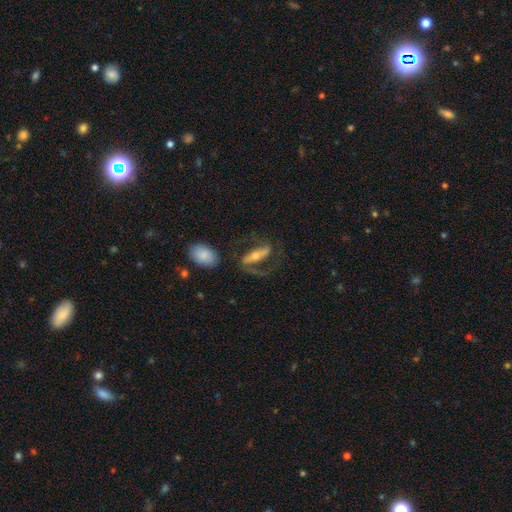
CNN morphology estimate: This appears to be a featured or disk galaxy (75%) with a strong bar (64%), 2 (84%) loose (42%) spiral arms (84%) and a moderate central bulge (45%, tied with small). Merging: none (61%).